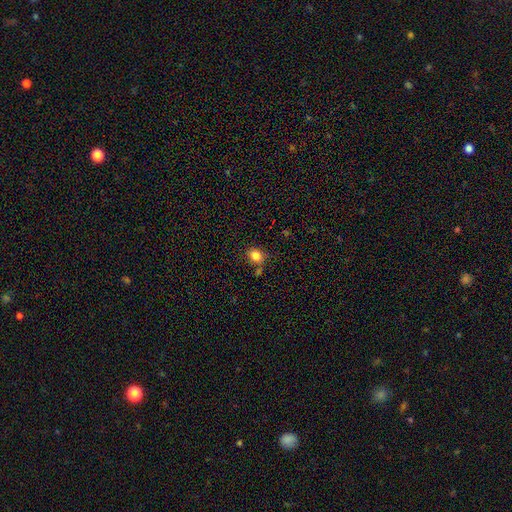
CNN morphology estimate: This appears to be a smooth galaxy with no disk features (83%) that is round (58%). Merging: none (69%).